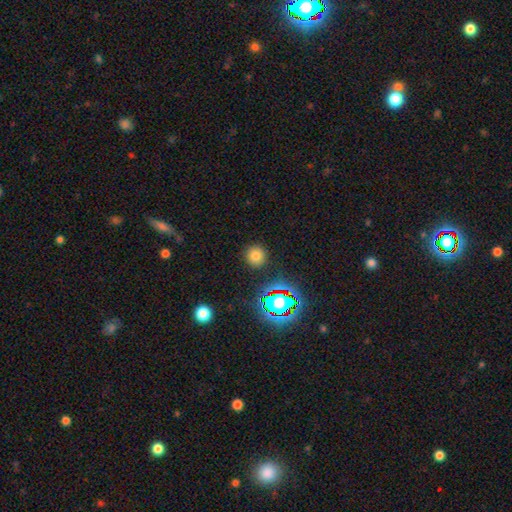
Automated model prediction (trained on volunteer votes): smooth-or-featured: smooth: 73% | star or artifact: 20% | featured or disk: 8%
  how-rounded: round: 92% | in between: 7% | cigar-shaped: 1%
  merging: none: 89% | minor disturbance: 7% | major disturbance: 3% | merger: 2%